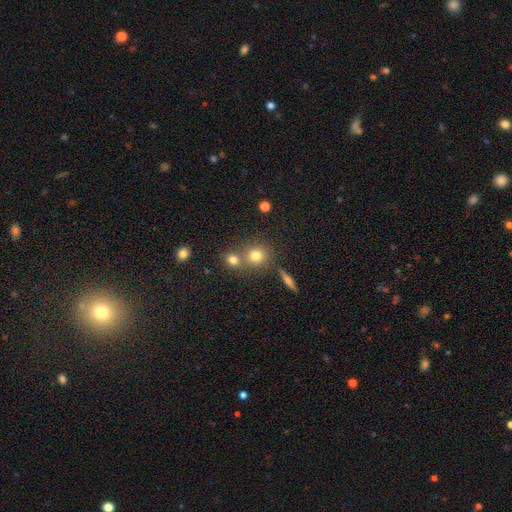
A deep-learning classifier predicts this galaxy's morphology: Overall: smooth (76%). How rounded: round (85%). Merging: none (59%; merger 31%).